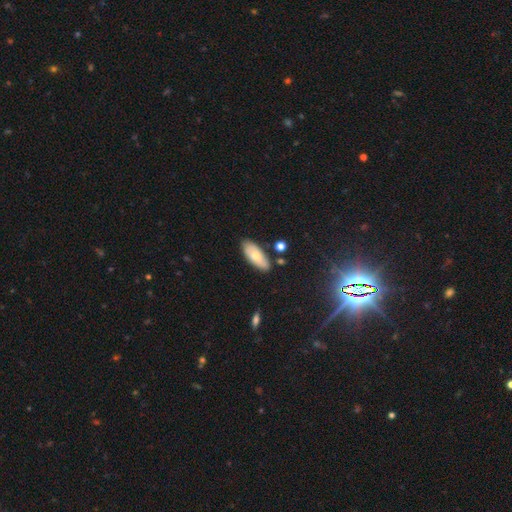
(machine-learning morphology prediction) A smooth galaxy with no disk features (68%) that is in between round and cigar-shaped (84%).

Vote fractions:
- Smooth or featured? smooth: 68% / featured or disk: 25% / star or artifact: 6%
- How rounded? in between: 84% / cigar-shaped: 14% / round: 2%
- Merging? none: 81% / minor disturbance: 13% / merger: 4% / major disturbance: 2%